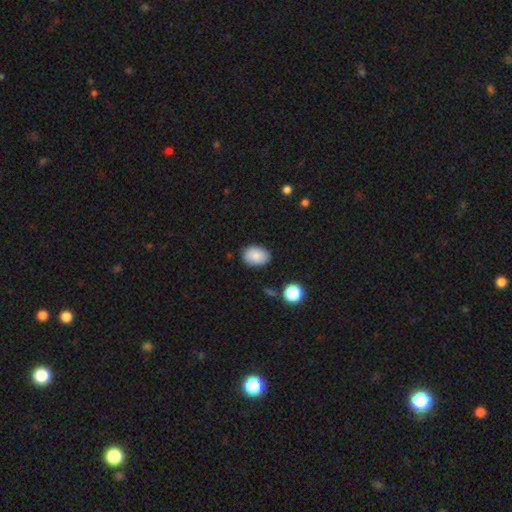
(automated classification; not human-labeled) Smooth or featured? smooth (87%)
How rounded? in between (76%)
Merging? none (84%)